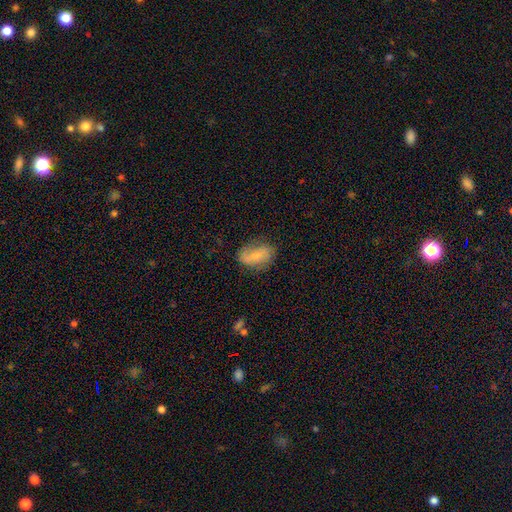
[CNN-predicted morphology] smooth-or-featured: smooth: 64% | featured or disk: 28% | star or artifact: 8%
  how-rounded: in between: 89% | round: 7% | cigar-shaped: 4%
  merging: none: 65% | minor disturbance: 25% | major disturbance: 8% | merger: 2%